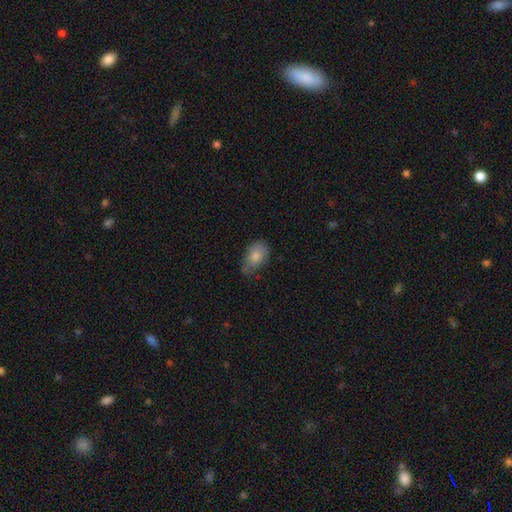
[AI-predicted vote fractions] Smooth or featured? Predicted: smooth (p=0.81). How rounded? Predicted: in between (p=0.89). Merging? Predicted: none (p=0.56).